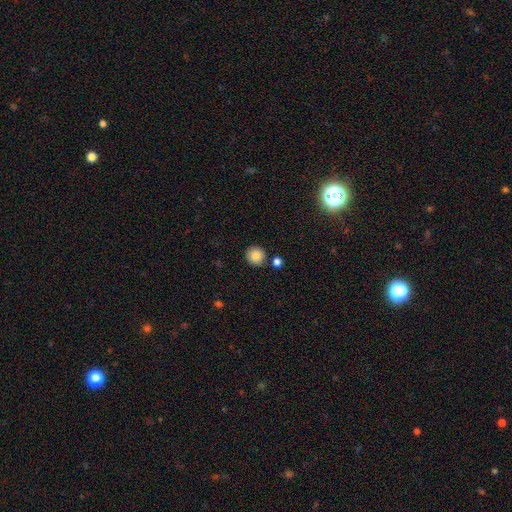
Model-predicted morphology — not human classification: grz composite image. It shows a smooth galaxy with no disk features (85%) that is round (94%). Merging: none (85%).